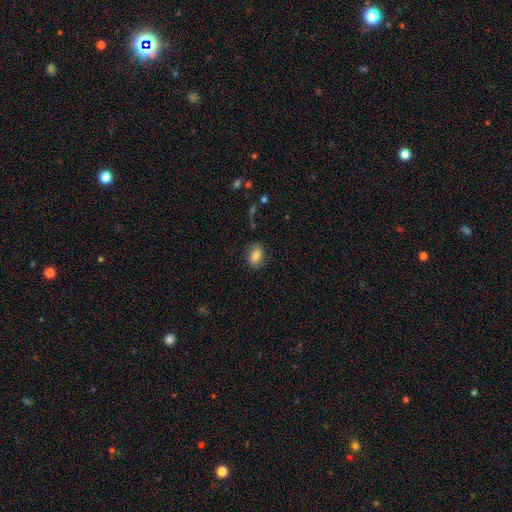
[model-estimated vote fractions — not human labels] Morphology: type=smooth (80%); roundness=in between (84%); merging=none (81%).